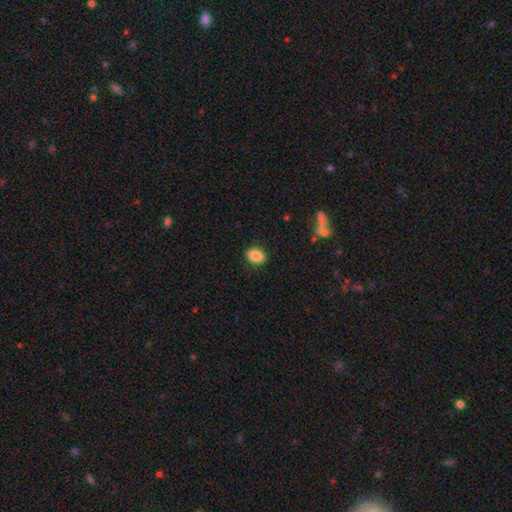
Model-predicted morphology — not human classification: A smooth galaxy with no disk features (87%) that is in between round and cigar-shaped (78%). Merging: none (88%).